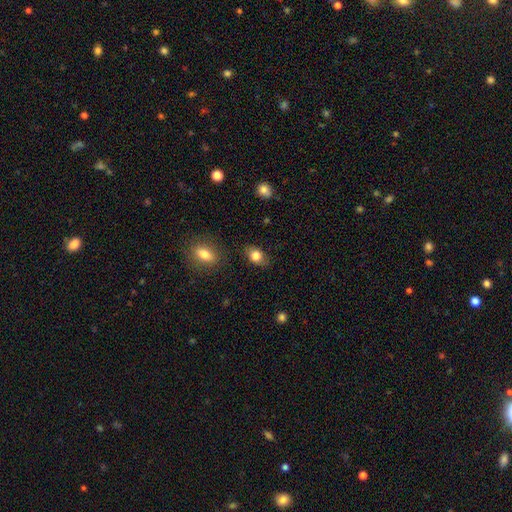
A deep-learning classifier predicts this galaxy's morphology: smooth 82%, featured or disk 10%, star or artifact 8%. Down the decision tree: how rounded — in between (73%); merging — none (83%).